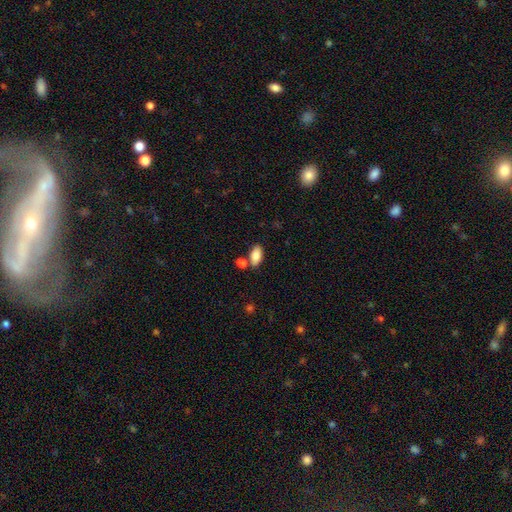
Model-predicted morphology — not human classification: A smooth galaxy with no disk features (83%) that is in between round and cigar-shaped (93%). Merging: none (68%).